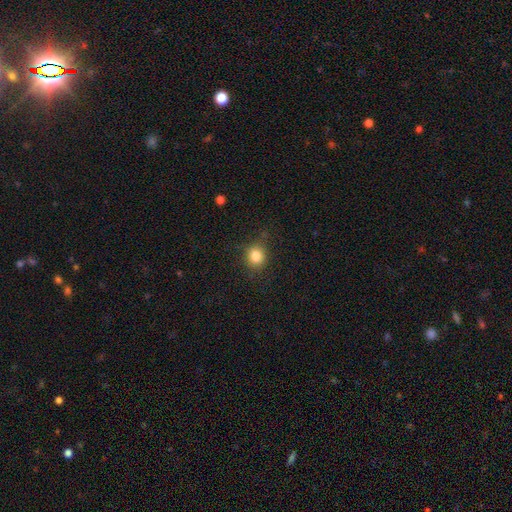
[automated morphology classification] smooth 83%, star or artifact 11%, featured or disk 5%. Down the decision tree: how rounded — round (79%); merging — none (82%).